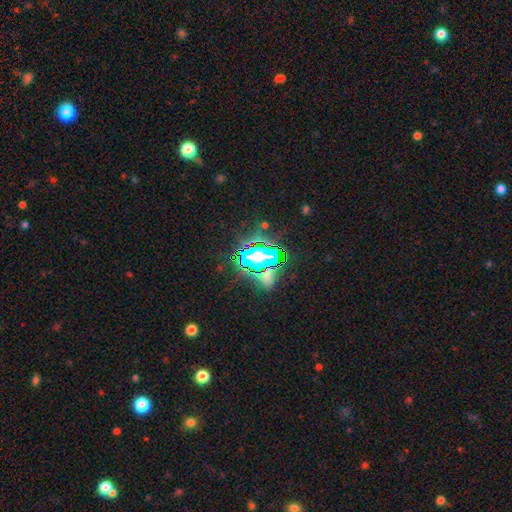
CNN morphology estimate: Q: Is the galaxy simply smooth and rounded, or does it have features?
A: star or artifact — 64%.